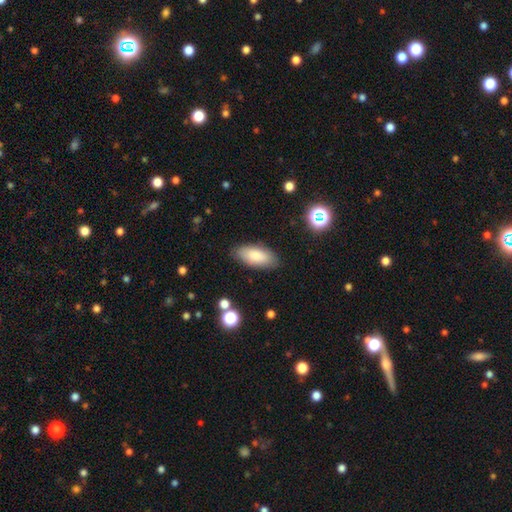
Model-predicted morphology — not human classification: smooth-or-featured: smooth: 83% | featured or disk: 10% | star or artifact: 7%
  how-rounded: in between: 87% | cigar-shaped: 11% | round: 2%
  merging: none: 85% | minor disturbance: 11% | major disturbance: 3% | merger: 1%